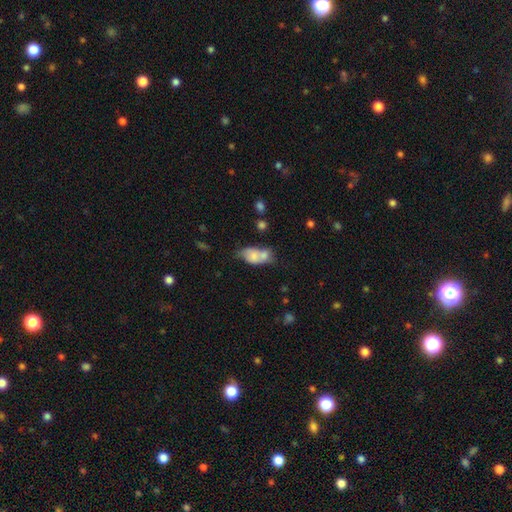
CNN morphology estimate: This appears to be a smooth galaxy with no disk features (64%) that is in between round and cigar-shaped (85%). Merging: merger (51%).